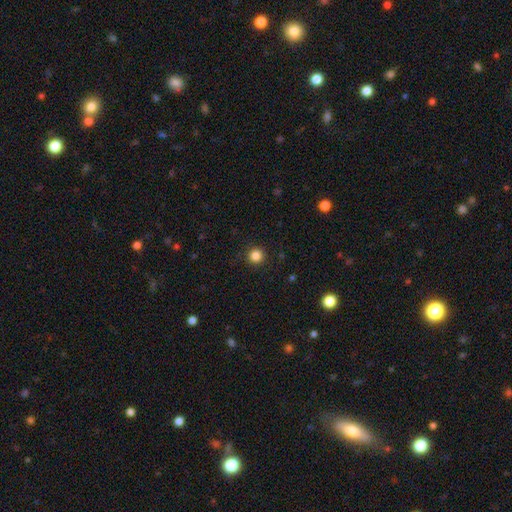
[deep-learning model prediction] This appears to be a smooth galaxy with no disk features (85%) that is round (95%). Merging: none (91%).